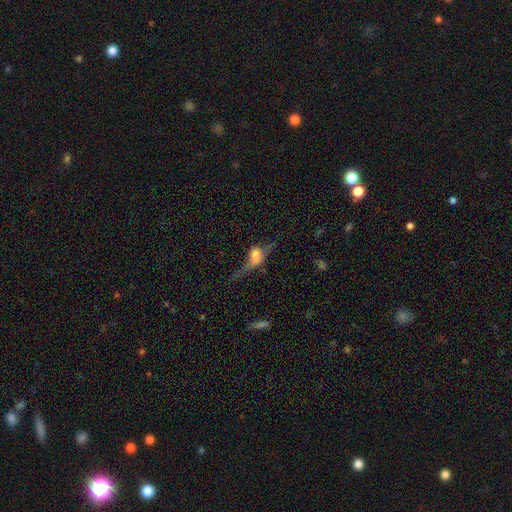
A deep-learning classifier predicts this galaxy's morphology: featured or disk 57%, smooth 30%, star or artifact 13%. Down the decision tree: edge-on disk — yes (69%); merging — none (39%).